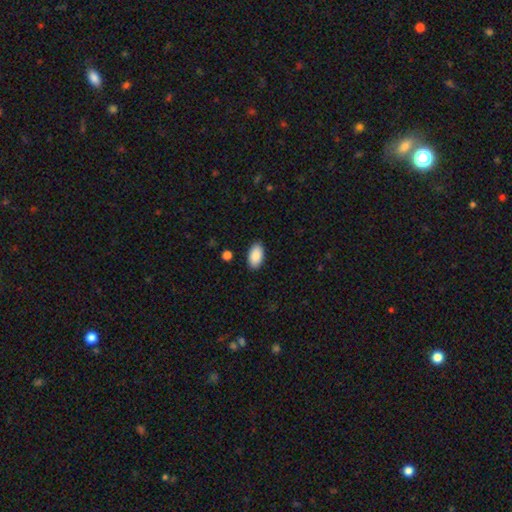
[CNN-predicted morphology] This appears to be a smooth galaxy with no disk features (89%) that is in between round and cigar-shaped (95%). Merging: none (89%).